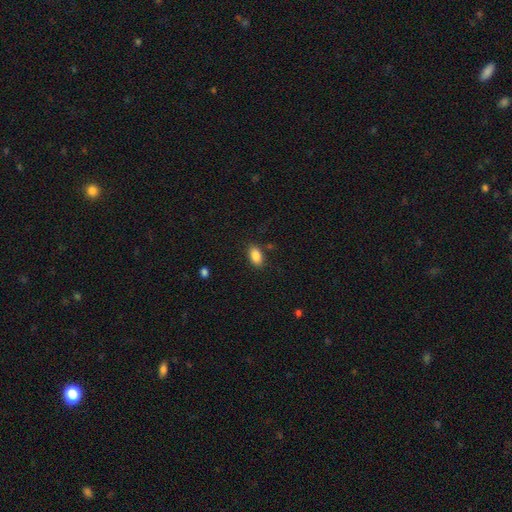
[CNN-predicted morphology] smooth_or_featured: smooth (p=0.87) [alt: star or artifact p=0.08]
how_rounded: in between (p=0.90) [alt: round p=0.07]
merging: none (p=0.84) [alt: minor disturbance p=0.11]